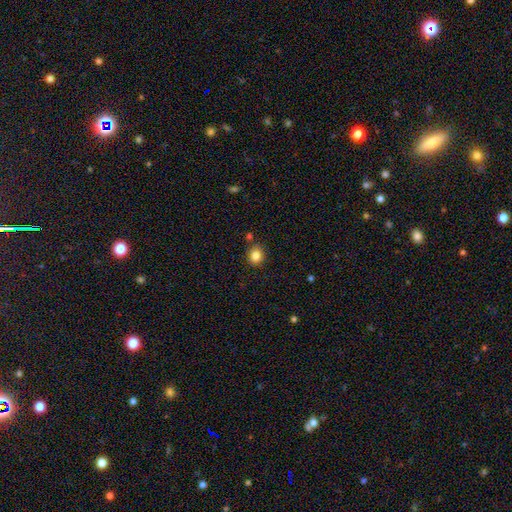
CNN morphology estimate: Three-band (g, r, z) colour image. It shows a smooth galaxy with no disk features (84%) that is round (77%). Merging: none (84%).